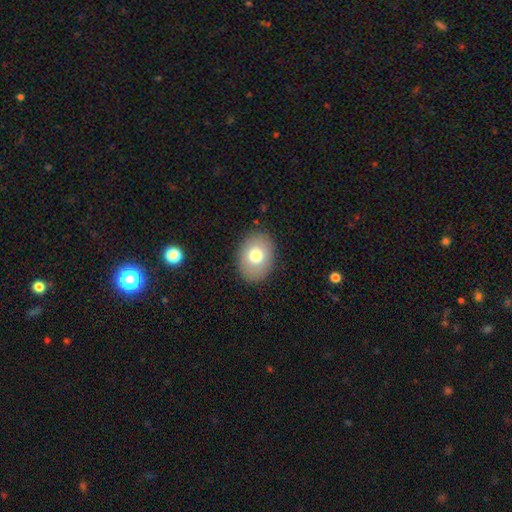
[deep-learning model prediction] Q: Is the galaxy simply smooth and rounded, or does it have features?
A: smooth — 76%.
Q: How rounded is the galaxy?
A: in between — 65%.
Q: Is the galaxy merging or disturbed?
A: none — 88%.